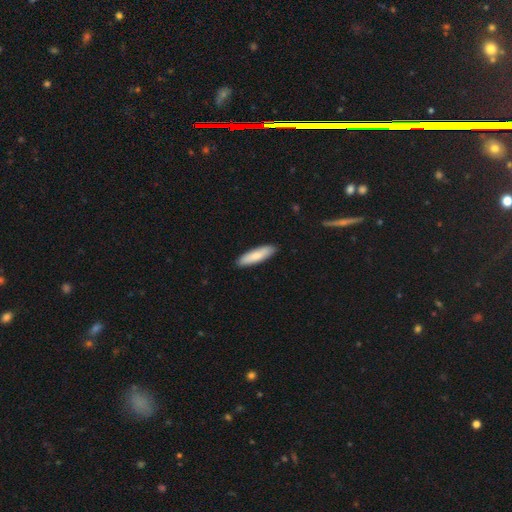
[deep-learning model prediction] A smooth galaxy with no disk features (82%) that is cigar-shaped (67%).

Vote fractions:
- Smooth or featured? smooth: 82% / featured or disk: 13% / star or artifact: 5%
- How rounded? cigar-shaped: 67% / in between: 32% / round: 1%
- Merging? none: 90% / minor disturbance: 8% / major disturbance: 1% / merger: 1%